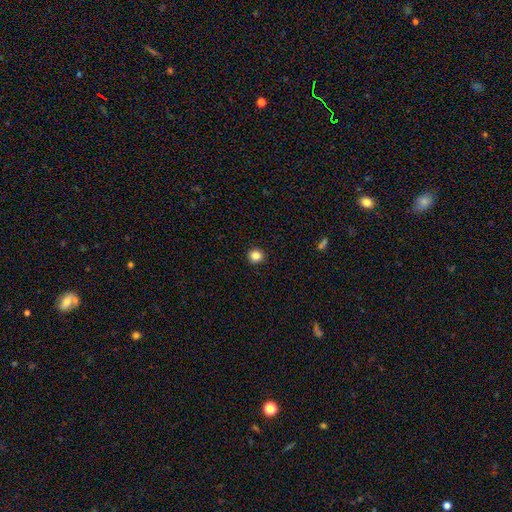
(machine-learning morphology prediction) type=smooth (85%); roundness=round (90%); merging=none (92%).